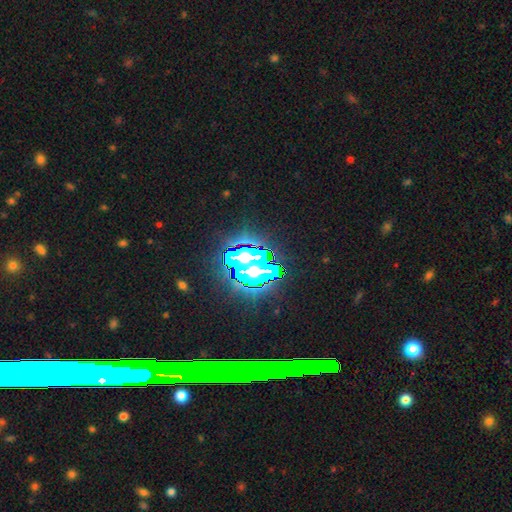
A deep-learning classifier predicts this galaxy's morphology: This is likely a star or artifact rather than a galaxy (67%).